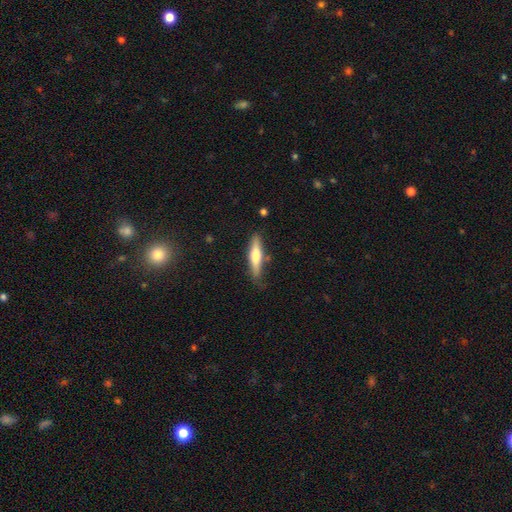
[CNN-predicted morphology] A smooth galaxy with no disk features (55%) that is cigar-shaped (79%).

Vote fractions:
- Smooth or featured? smooth: 55% / featured or disk: 40% / star or artifact: 5%
- How rounded? cigar-shaped: 79% / in between: 19% / round: 2%
- Merging? none: 74% / minor disturbance: 18% / major disturbance: 4% / merger: 3%